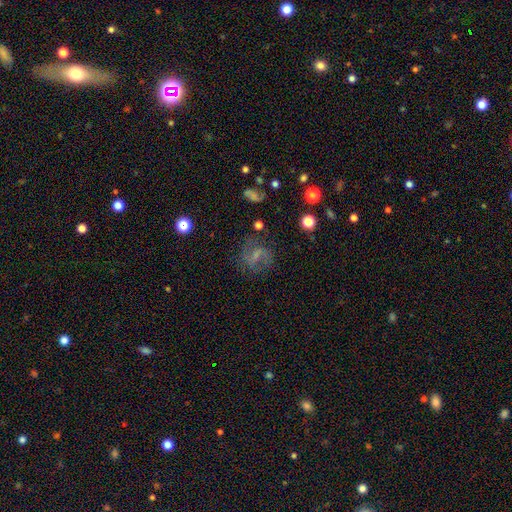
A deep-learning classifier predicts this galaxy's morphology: A featured or disk galaxy (53%) with a weak bar (48%), spiral arms (76%) and a small central bulge (43%). Merging: none (67%).